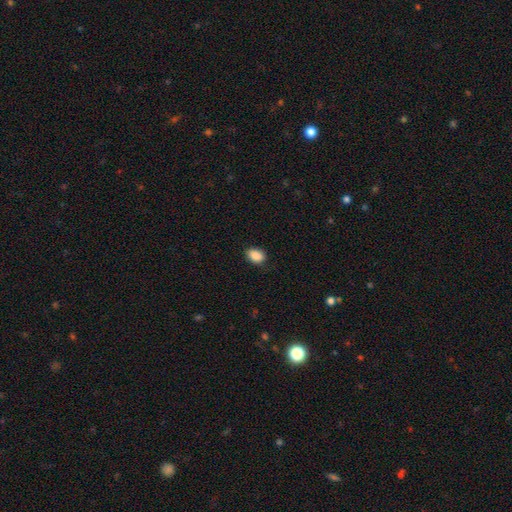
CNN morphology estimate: The model was most divided on "how rounded": in between: 79%, round: 19%, cigar-shaped: 1%. More confident: smooth or featured — smooth (89%); merging — none (83%).